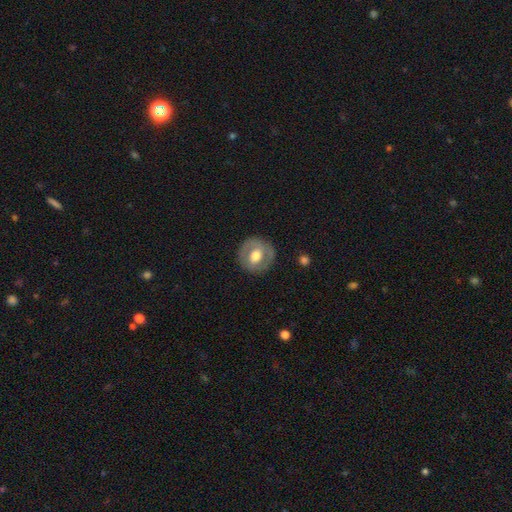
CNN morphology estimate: Smooth or featured: featured or disk — 56% (smooth — 39%)
Edge-on disk: no — 96% (yes — 4%)
Bar: no — 44% (weak — 39%)
Spiral arms: no — 54% (yes — 46%)
Bulge size: moderate — 62% (large — 29%)
Merging: none — 85% (minor disturbance — 10%)